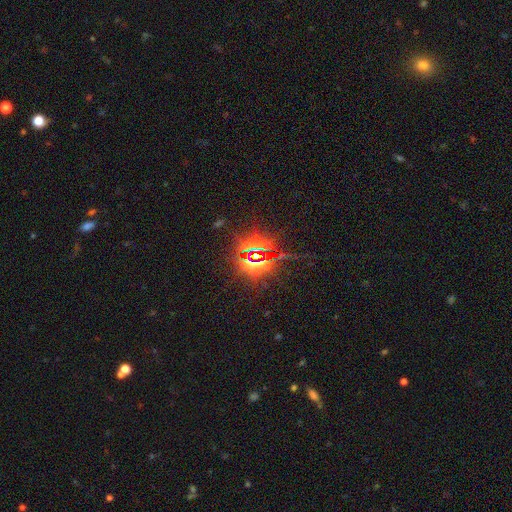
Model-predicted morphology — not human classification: A star or artifact, not a galaxy (84%).